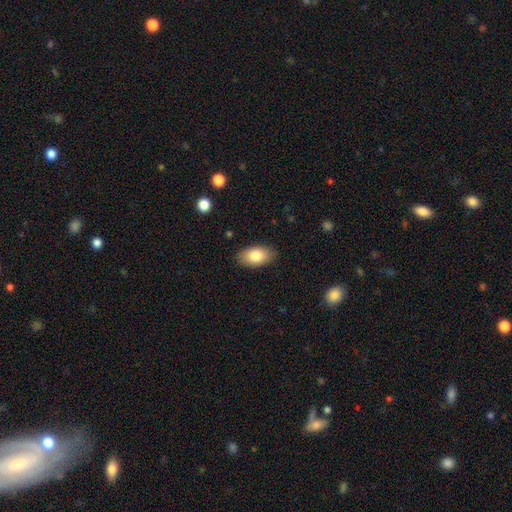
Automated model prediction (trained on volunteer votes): The model was most divided on "smooth or featured": smooth: 83%, featured or disk: 11%, star or artifact: 7%. More confident: how rounded — in between (94%); merging — none (86%).